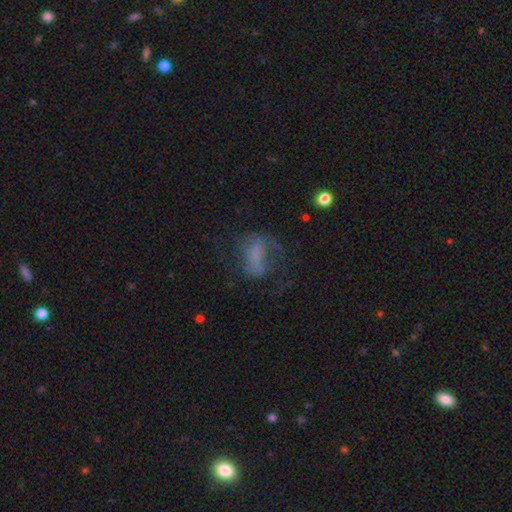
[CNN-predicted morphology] Smooth or featured? featured or disk (46%)
Merging? major disturbance (38%, tied with none)